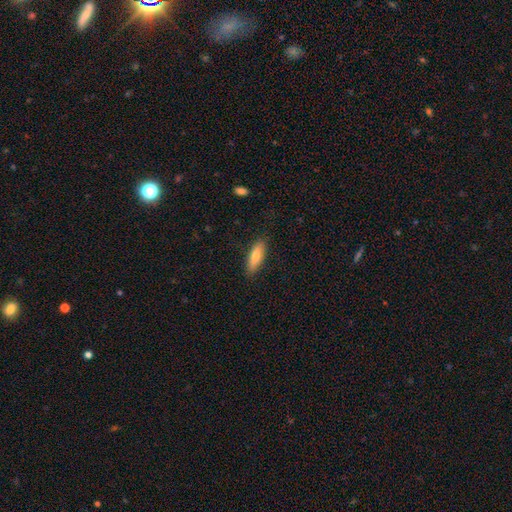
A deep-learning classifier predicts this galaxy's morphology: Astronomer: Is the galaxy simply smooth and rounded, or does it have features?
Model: smooth — 75%.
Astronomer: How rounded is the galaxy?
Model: cigar-shaped — 54% (runner-up: in between, 44%).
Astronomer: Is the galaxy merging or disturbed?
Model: none — 87%.